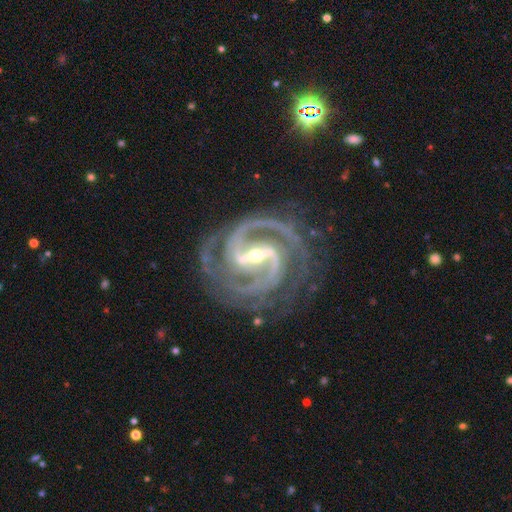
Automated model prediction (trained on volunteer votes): This is clearly a featured or disk galaxy (94%). It is clearly not viewed edge-on (98%). Bar: likely strong (69%). Spiral arm pattern: clearly yes (99%). Spiral arm count: likely 2 (65%). Spiral winding: possibly medium (48%). Central bulge: possibly small (53%). Merging: likely none (76%).